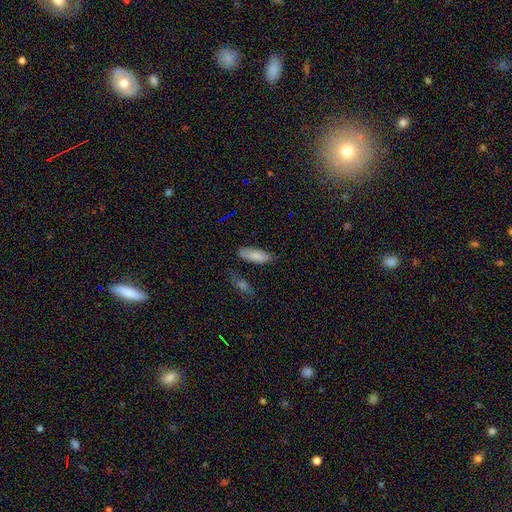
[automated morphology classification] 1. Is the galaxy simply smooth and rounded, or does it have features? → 81% smooth, 11% featured or disk, 9% star or artifact.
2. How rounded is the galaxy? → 69% in between, 29% cigar-shaped, 2% round.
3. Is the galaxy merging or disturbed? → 70% none, 20% minor disturbance, 5% merger, 5% major disturbance.